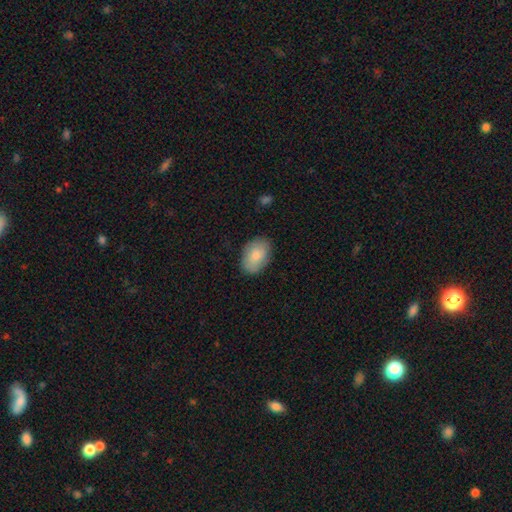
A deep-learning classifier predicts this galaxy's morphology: Smooth or featured? Predicted: smooth (p=0.82). How rounded? Predicted: in between (p=0.86). Merging? Predicted: none (p=0.83).